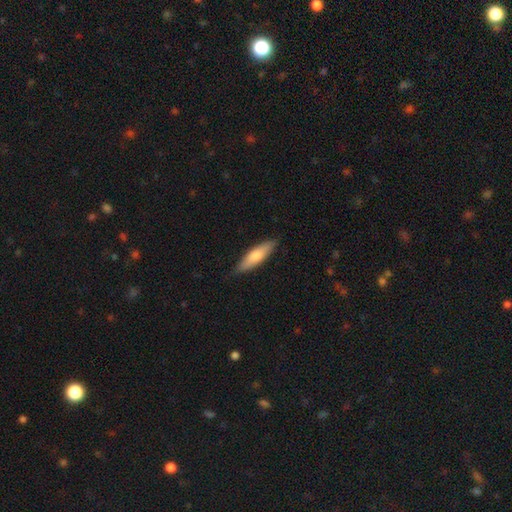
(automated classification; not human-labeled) smooth-or-featured: smooth: 70% | featured or disk: 25% | star or artifact: 5%
  how-rounded: cigar-shaped: 63% | in between: 35% | round: 2%
  merging: none: 84% | minor disturbance: 13% | major disturbance: 2% | merger: 1%